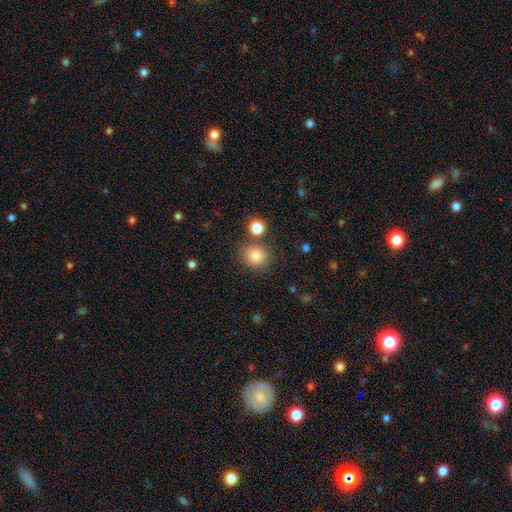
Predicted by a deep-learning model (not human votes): smooth 84%, star or artifact 11%, featured or disk 5%. Down the decision tree: how rounded — round (85%); merging — none (77%).